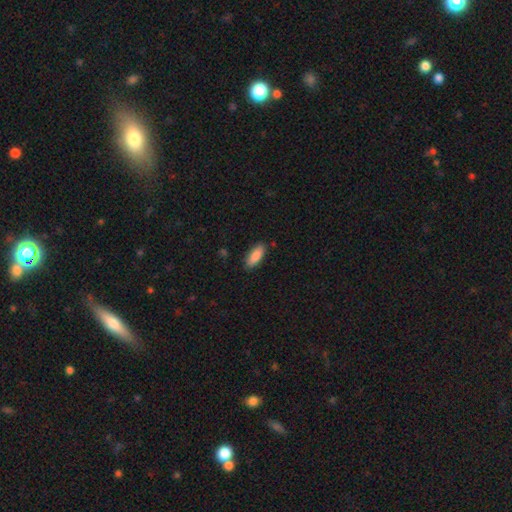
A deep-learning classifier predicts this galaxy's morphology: Q: Smooth or featured?
A: smooth (86%); runner-up: featured or disk (7%)
Q: How rounded?
A: in between (77%); runner-up: cigar-shaped (21%)
Q: Merging?
A: none (87%); runner-up: minor disturbance (10%)